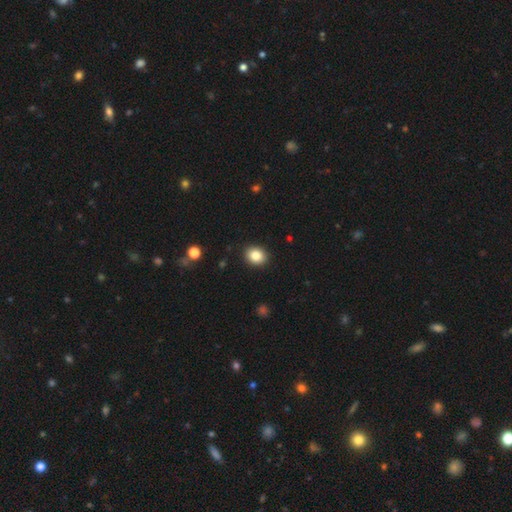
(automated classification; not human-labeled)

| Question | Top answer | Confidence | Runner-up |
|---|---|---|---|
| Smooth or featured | smooth | 85% | star or artifact (9%) |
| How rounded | round | 53% | in between (46%) |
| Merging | none | 91% | minor disturbance (7%) |